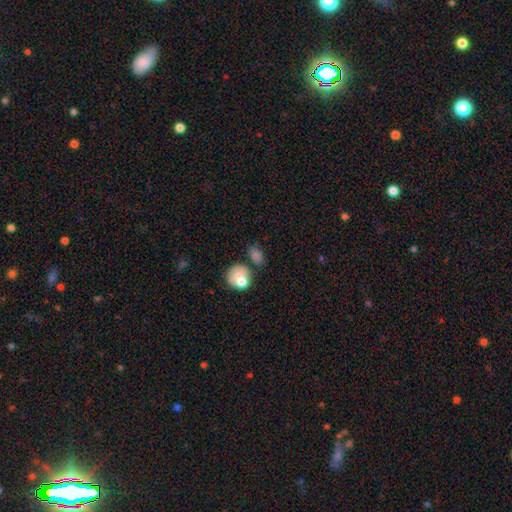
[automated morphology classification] This appears to be a smooth galaxy with no disk features (71%) that is round (50%). Merging: none (53%).